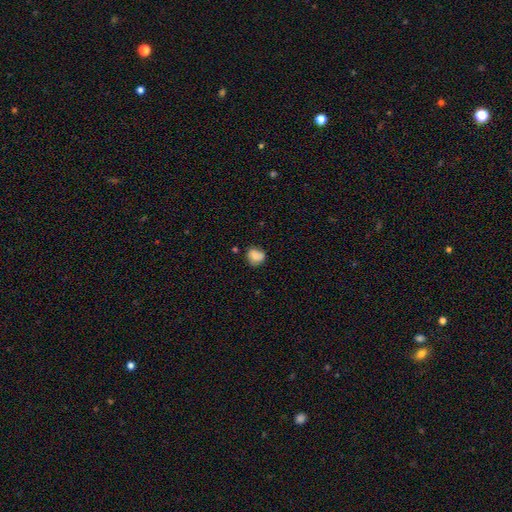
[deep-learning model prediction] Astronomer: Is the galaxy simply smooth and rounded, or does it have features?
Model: smooth — 80%.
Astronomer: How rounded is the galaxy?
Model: round — 69%.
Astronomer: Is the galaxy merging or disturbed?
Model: none — 61%.